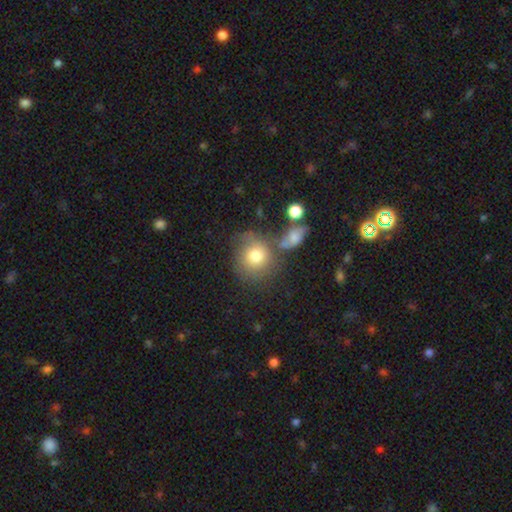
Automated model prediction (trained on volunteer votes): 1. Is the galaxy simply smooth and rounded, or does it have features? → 75% smooth, 15% featured or disk, 10% star or artifact.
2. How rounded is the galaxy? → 84% round, 15% in between, 1% cigar-shaped.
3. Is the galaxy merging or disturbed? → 53% none, 18% merger, 18% minor disturbance, 11% major disturbance.